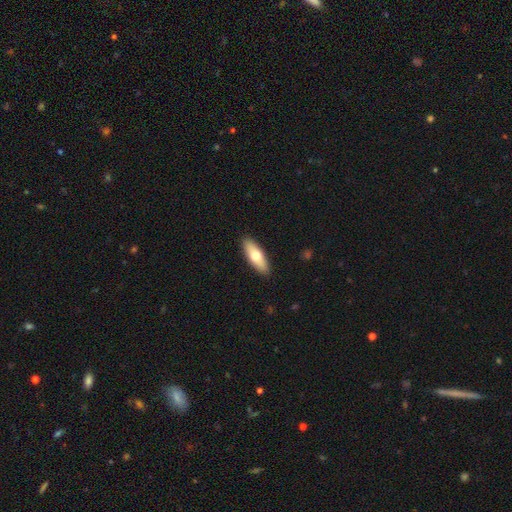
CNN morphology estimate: type=smooth (64%); roundness=in between (59%); merging=none (90%).